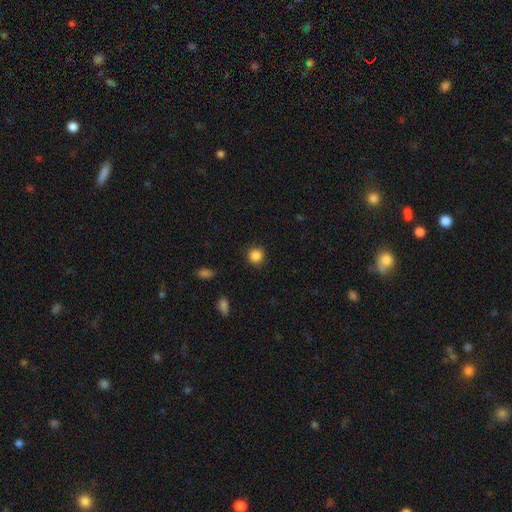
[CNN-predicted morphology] Smooth or featured? Predicted: smooth (p=0.86). How rounded? Predicted: round (p=0.93). Merging? Predicted: none (p=0.90).